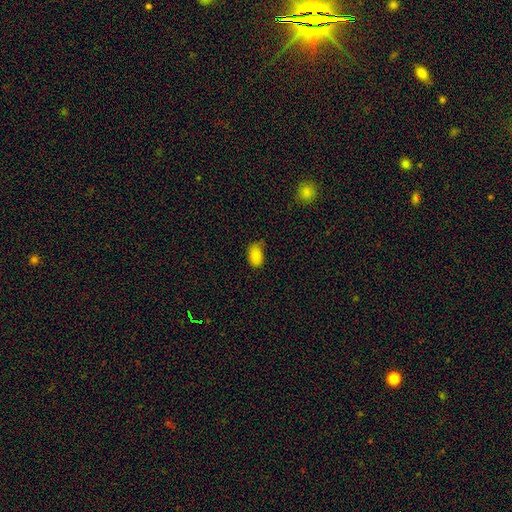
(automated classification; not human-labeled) A smooth galaxy with no disk features (86%) that is in between round and cigar-shaped (92%).

Vote fractions:
- Smooth or featured? smooth: 86% / star or artifact: 10% / featured or disk: 5%
- How rounded? in between: 92% / round: 7% / cigar-shaped: 2%
- Merging? none: 64% / minor disturbance: 28% / major disturbance: 5% / merger: 2%